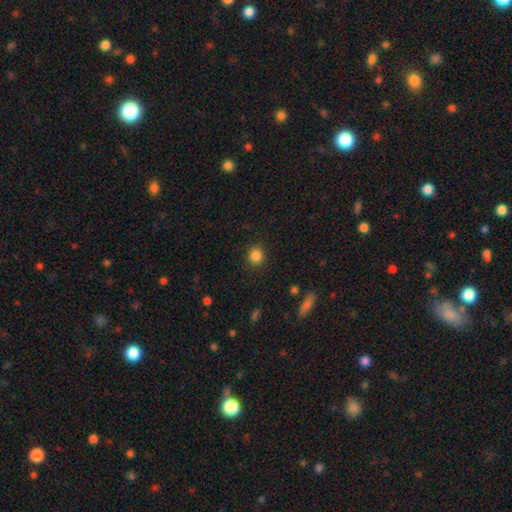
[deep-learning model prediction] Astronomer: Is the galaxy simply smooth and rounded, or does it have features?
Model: smooth — 86%.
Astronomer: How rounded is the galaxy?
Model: round — 86%.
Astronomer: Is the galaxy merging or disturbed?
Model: none — 90%.